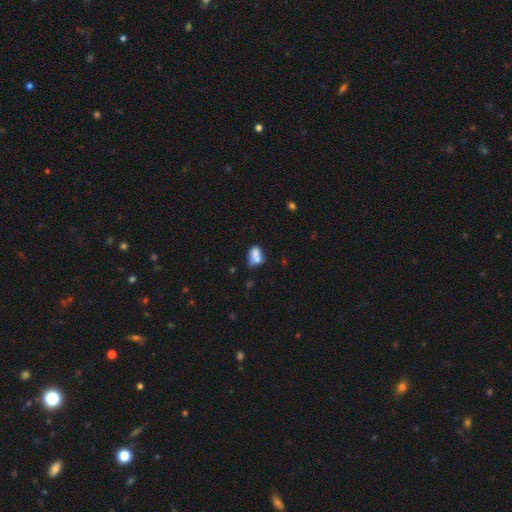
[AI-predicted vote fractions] A smooth galaxy with no disk features (70%) that is in between round and cigar-shaped (70%). Merging: merger (61%).